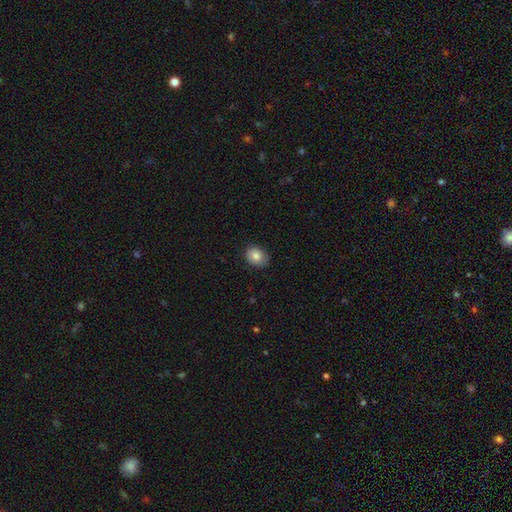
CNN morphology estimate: This is clearly a smooth galaxy (82%). How rounded: possibly in between (55%). Merging: clearly none (80%).